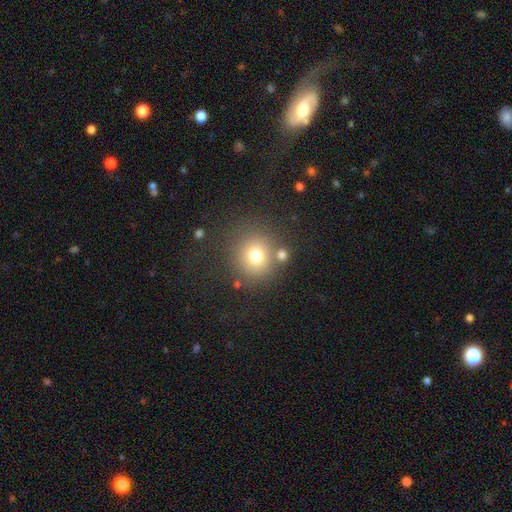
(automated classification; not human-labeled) Smooth or featured? smooth (74%)
How rounded? round (89%)
Merging? none (75%)